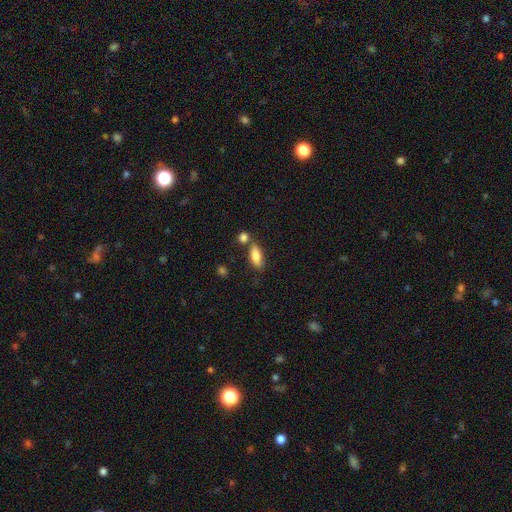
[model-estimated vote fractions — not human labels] A smooth galaxy with no disk features (83%) that is in between round and cigar-shaped (77%). Merging: none (63%).